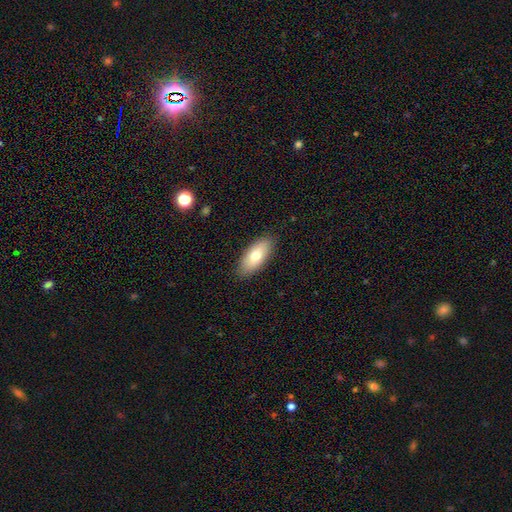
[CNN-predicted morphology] The model was most divided on "smooth or featured": smooth: 70%, featured or disk: 23%, star or artifact: 7%. More confident: merging — none (87%); how rounded — in between (84%).